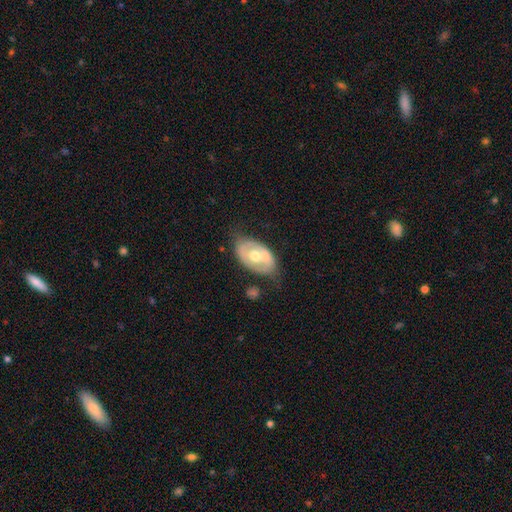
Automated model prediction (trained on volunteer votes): Overall: featured or disk (59%; smooth 34%). Edge-on disk: no (92%). Bar: no (71%). Spiral arms: no (69%; yes 31%). Bulge size: moderate (75%). Merging: none (69%).